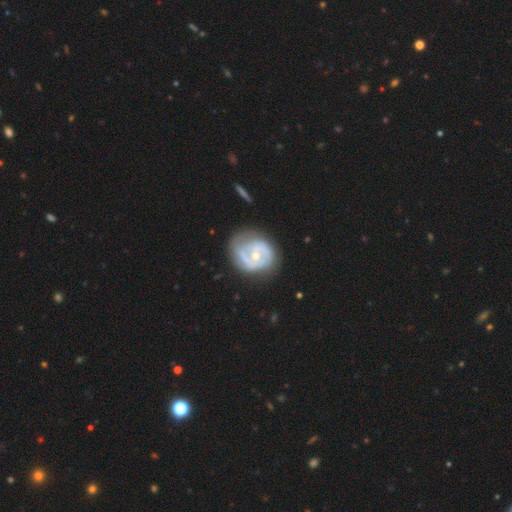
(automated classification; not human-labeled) smooth_or_featured: featured or disk (p=0.82) [alt: smooth p=0.13]
disk_edge_on: no (p=0.98) [alt: yes p=0.02]
bar: no (p=0.62) [alt: weak p=0.30]
has_spiral_arms: yes (p=0.89) [alt: no p=0.11]
spiral_winding: tight (p=0.49) [alt: medium p=0.38]
spiral_arm_count: 2 (p=0.60) [alt: can't tell p=0.18]
bulge_size: moderate (p=0.49) [alt: small p=0.48]
merging: none (p=0.59) [alt: minor disturbance p=0.25]